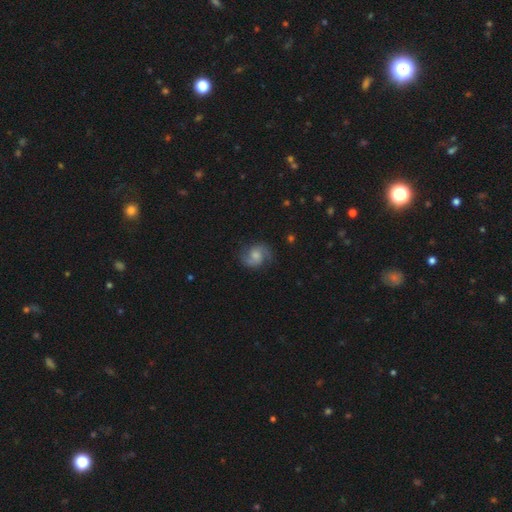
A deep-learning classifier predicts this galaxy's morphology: featured or disk 75%, smooth 17%, star or artifact 8%. Down the decision tree: edge-on disk — no (98%); bar — no (57%); spiral arms — yes (96%); spiral arm count — 2 (90%); spiral winding — medium (52%); bulge size — moderate (39%); merging — none (77%).